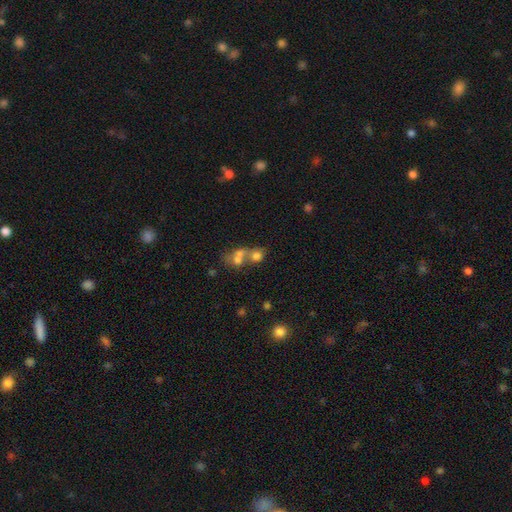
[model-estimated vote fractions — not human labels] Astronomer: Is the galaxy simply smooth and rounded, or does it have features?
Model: smooth — 66%.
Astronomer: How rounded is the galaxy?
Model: round — 66%.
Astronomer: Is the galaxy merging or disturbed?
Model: merger — 62%.